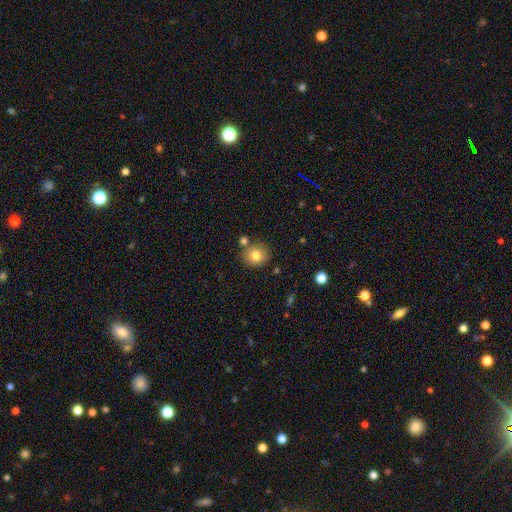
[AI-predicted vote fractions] A smooth galaxy with no disk features (79%) that is round (81%). Merging: none (75%).